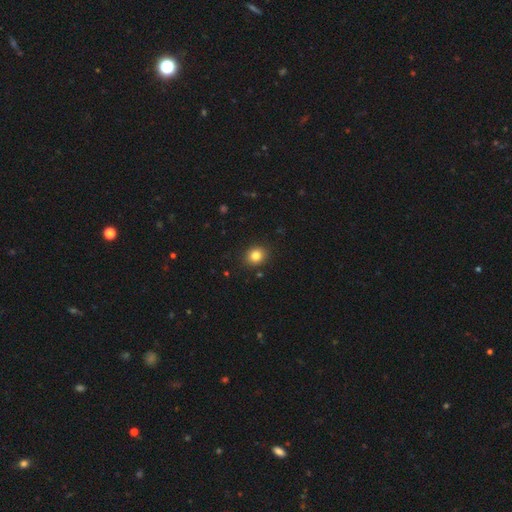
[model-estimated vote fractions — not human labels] A smooth galaxy with no disk features (82%) that is round (76%).

Vote fractions:
- Smooth or featured? smooth: 82% / star or artifact: 11% / featured or disk: 6%
- How rounded? round: 76% / in between: 23% / cigar-shaped: 1%
- Merging? none: 90% / minor disturbance: 7% / major disturbance: 2% / merger: 1%